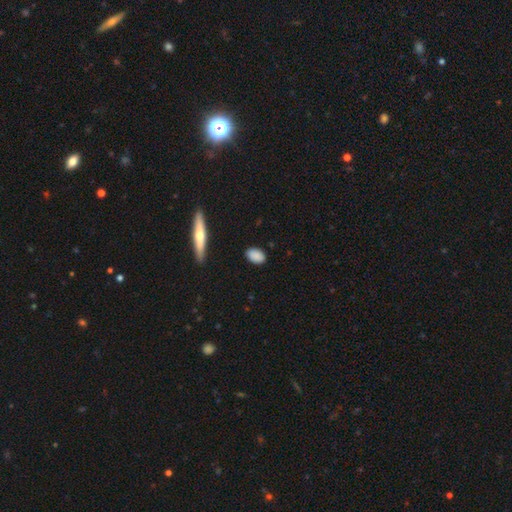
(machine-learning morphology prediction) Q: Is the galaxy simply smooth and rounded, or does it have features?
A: smooth — 87%.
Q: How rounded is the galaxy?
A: in between — 86%.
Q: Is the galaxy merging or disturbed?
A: none — 86%.